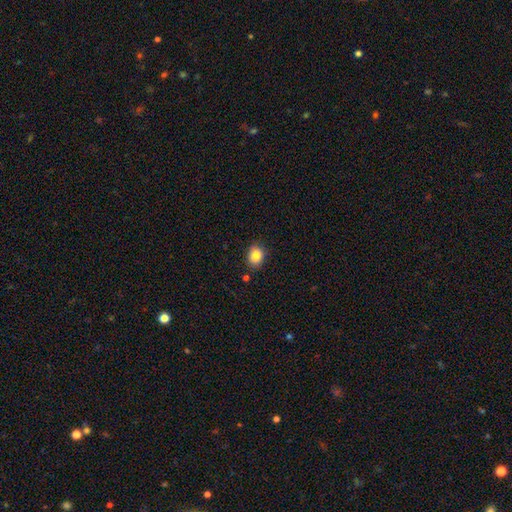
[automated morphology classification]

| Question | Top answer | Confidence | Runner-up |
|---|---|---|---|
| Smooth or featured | smooth | 85% | star or artifact (9%) |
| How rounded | in between | 51% | round (48%) |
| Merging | none | 84% | minor disturbance (11%) |